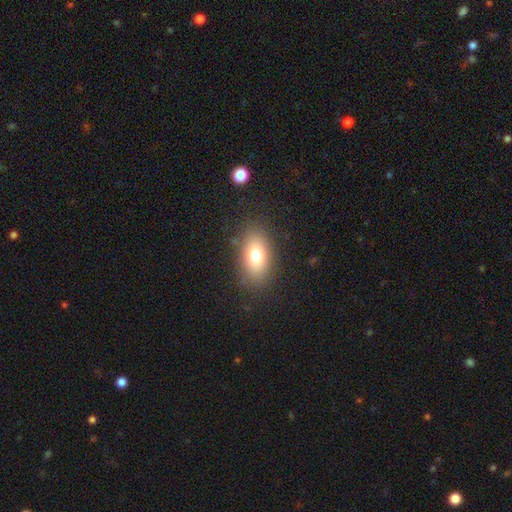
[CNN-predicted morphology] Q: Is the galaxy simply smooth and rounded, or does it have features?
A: smooth — 75%.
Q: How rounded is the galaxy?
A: in between — 86%.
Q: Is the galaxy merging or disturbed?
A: none — 84%.